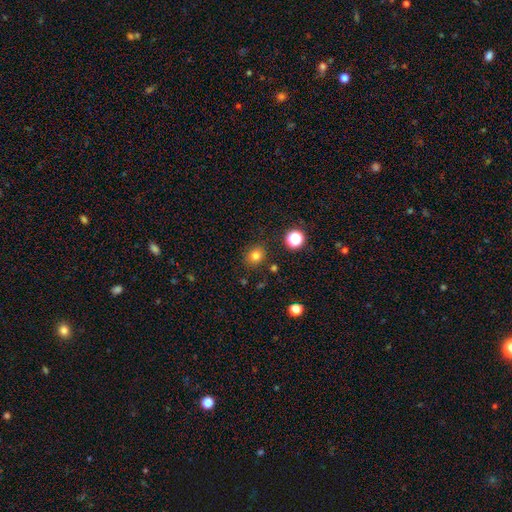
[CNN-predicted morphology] Smooth or featured?
  - smooth: 80% *
  - star or artifact: 14%
  - featured or disk: 6%
How rounded?
  - round: 75% *
  - in between: 24%
  - cigar-shaped: 1%
Merging?
  - none: 85% *
  - minor disturbance: 9%
  - major disturbance: 3%
  - merger: 3%